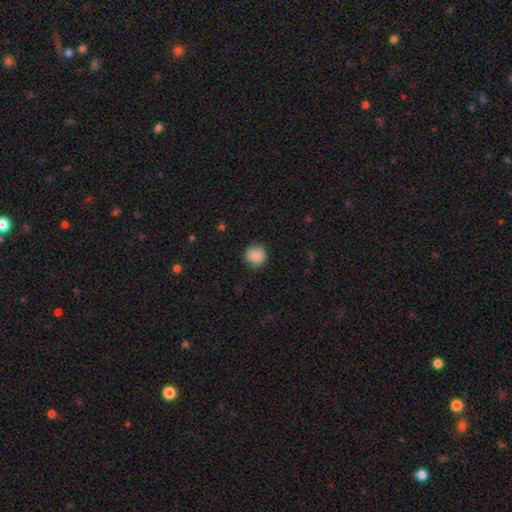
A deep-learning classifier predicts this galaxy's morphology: smooth 86%, star or artifact 9%, featured or disk 5%. Down the decision tree: how rounded — round (92%); merging — none (85%).